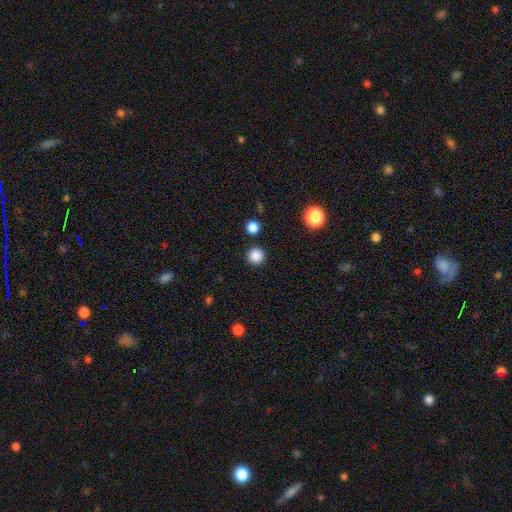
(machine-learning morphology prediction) Smooth or featured? Predicted: smooth (p=0.86). How rounded? Predicted: round (p=0.96). Merging? Predicted: none (p=0.91).